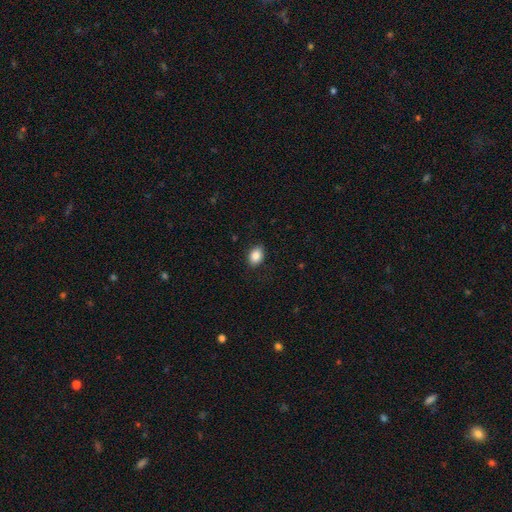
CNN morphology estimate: Smooth or featured? smooth (87%)
How rounded? in between (77%)
Merging? none (87%)